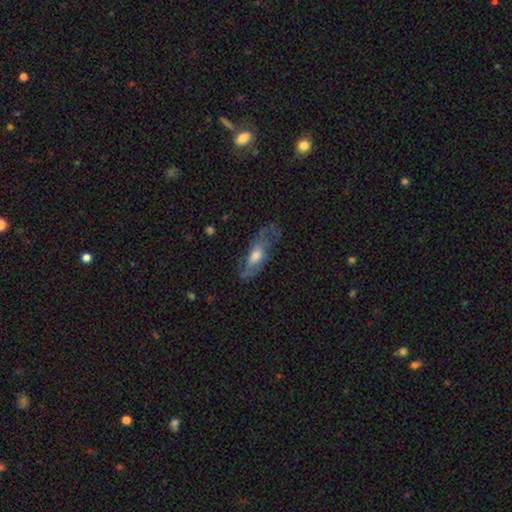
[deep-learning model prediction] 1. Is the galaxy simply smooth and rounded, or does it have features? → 56% featured or disk, 38% smooth, 7% star or artifact.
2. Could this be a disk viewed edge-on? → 74% no, 26% yes.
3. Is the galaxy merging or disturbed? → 55% none, 26% minor disturbance, 17% major disturbance, 2% merger.